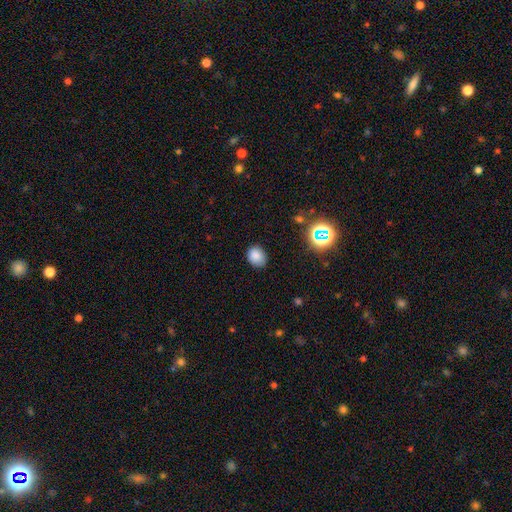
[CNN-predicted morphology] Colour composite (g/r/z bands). It shows a smooth galaxy with no disk features (82%) that is round (51%). Merging: none (81%).